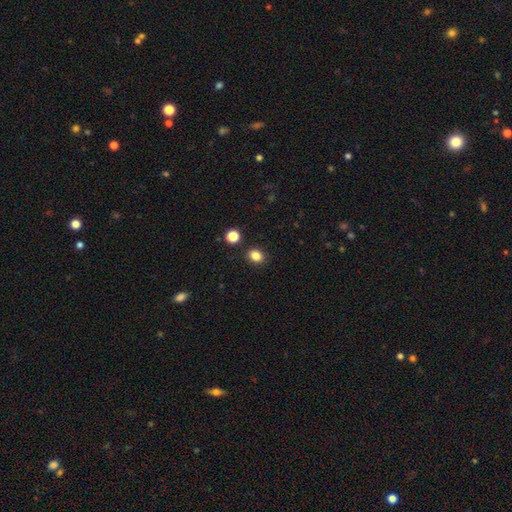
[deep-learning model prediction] Smooth or featured? Predicted: smooth (p=0.84). How rounded? Predicted: round (p=0.51). Merging? Predicted: none (p=0.87).